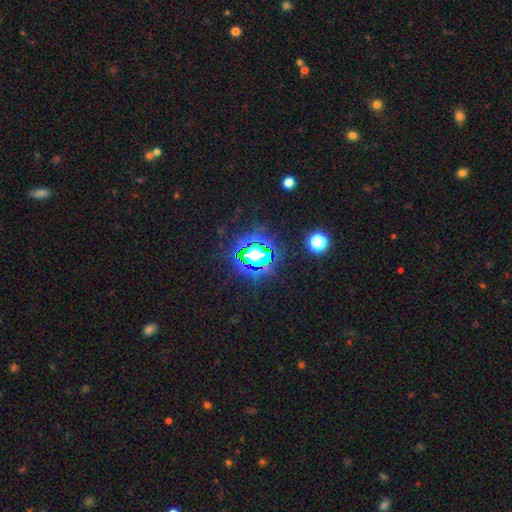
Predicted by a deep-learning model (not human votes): This appears to be a star or artifact, not a galaxy (67%).